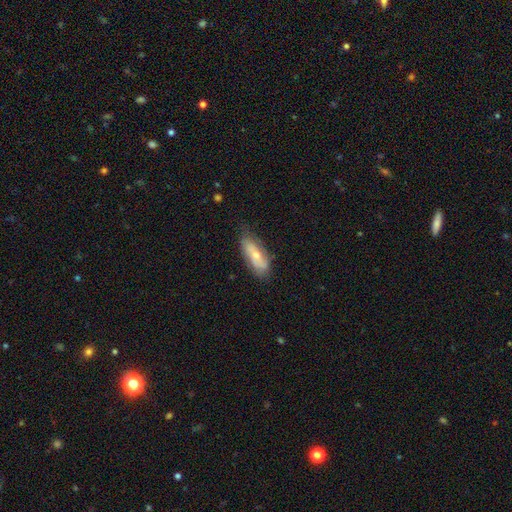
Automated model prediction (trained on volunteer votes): Smooth or featured?
  - smooth: 51% *
  - featured or disk: 42%
  - star or artifact: 6%
How rounded?
  - in between: 72% *
  - cigar-shaped: 26%
  - round: 3%
Merging?
  - none: 70% *
  - minor disturbance: 23%
  - major disturbance: 5%
  - merger: 2%